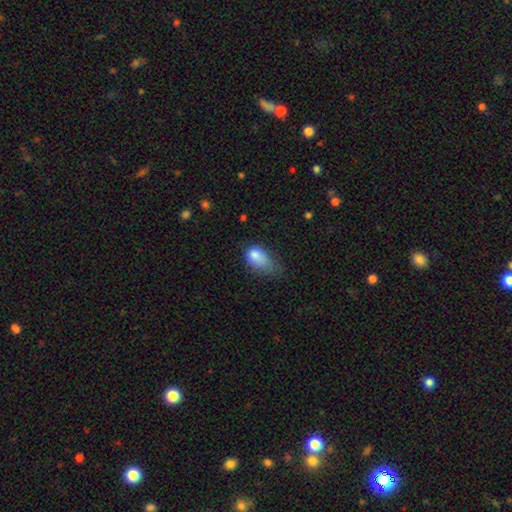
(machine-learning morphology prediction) smooth_or_featured: smooth (p=0.80) [alt: featured or disk p=0.10]
how_rounded: in between (p=0.84) [alt: round p=0.14]
merging: minor disturbance (p=0.41) [alt: major disturbance p=0.35]